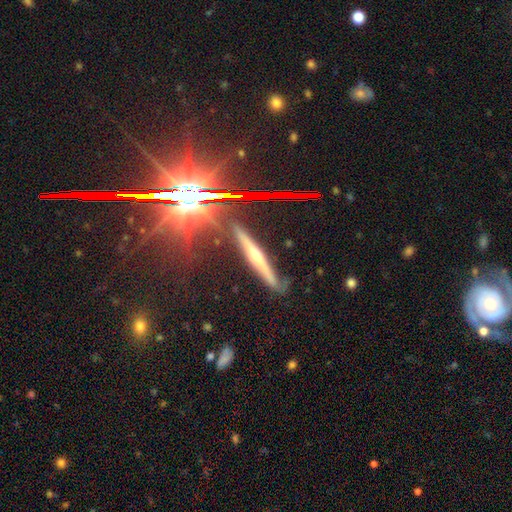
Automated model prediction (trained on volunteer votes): featured or disk 62%, smooth 23%, star or artifact 16%. Down the decision tree: edge-on disk — yes (95%); edge-on bulge — rounded (74%); merging — none (82%).